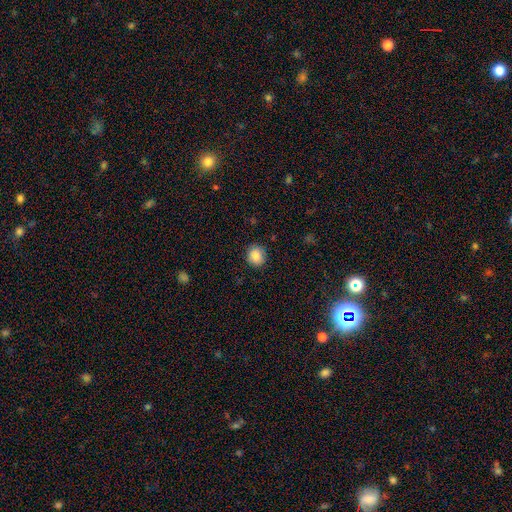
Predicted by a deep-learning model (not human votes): A smooth galaxy with no disk features (87%) that is round (84%).

Vote fractions:
- Smooth or featured? smooth: 87% / star or artifact: 9% / featured or disk: 4%
- How rounded? round: 84% / in between: 15% / cigar-shaped: 1%
- Merging? none: 86% / minor disturbance: 10% / major disturbance: 2% / merger: 1%